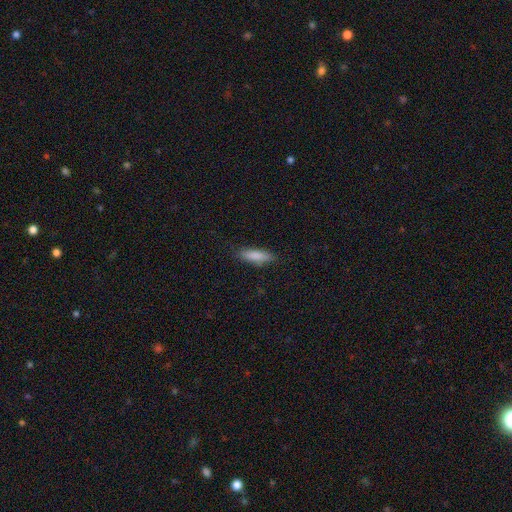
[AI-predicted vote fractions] Smooth or featured: smooth — 84% (featured or disk — 10%)
How rounded: cigar-shaped — 58% (in between — 40%)
Merging: none — 84% (minor disturbance — 12%)